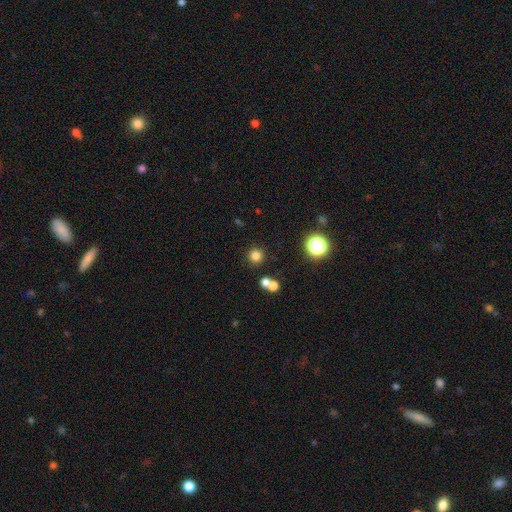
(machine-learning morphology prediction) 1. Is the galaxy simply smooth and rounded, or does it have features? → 78% smooth, 17% star or artifact, 5% featured or disk.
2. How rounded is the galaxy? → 94% round, 5% in between, 1% cigar-shaped.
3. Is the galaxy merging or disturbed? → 84% none, 8% merger, 6% minor disturbance, 3% major disturbance.